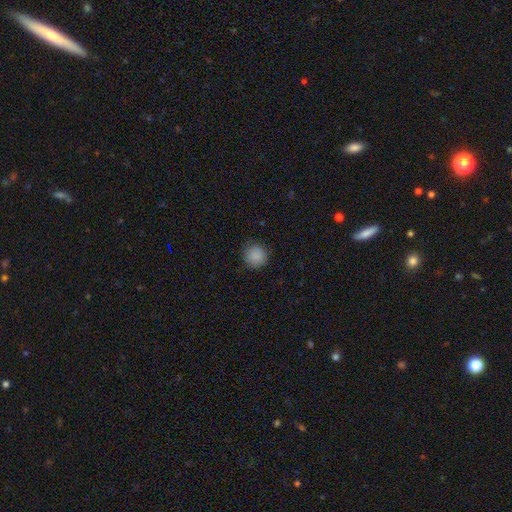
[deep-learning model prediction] A smooth galaxy with no disk features (87%) that is round (93%). Merging: none (82%).